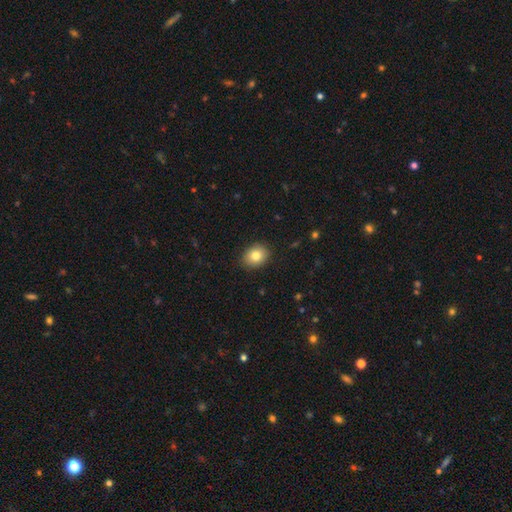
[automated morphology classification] The model was most divided on "how rounded": in between: 51%, round: 49%, cigar-shaped: 1%. More confident: merging — none (89%); smooth or featured — smooth (82%).